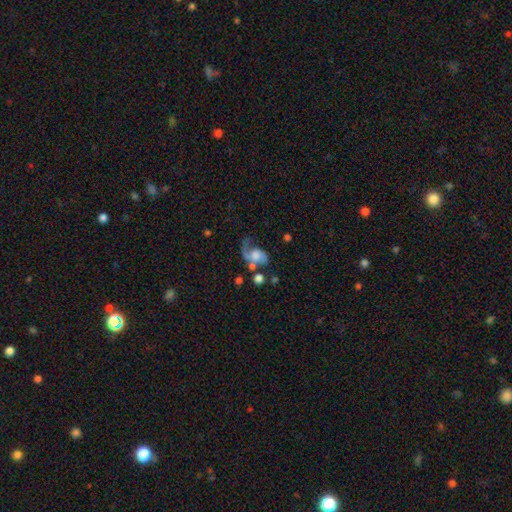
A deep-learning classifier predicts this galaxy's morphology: featured or disk 63%, smooth 28%, star or artifact 9%. Down the decision tree: edge-on disk — no (97%); bar — no (70%); spiral arms — yes (86%); spiral arm count — 1 (52%); spiral winding — loose (52%); bulge size — moderate (32%); merging — major disturbance (35%).